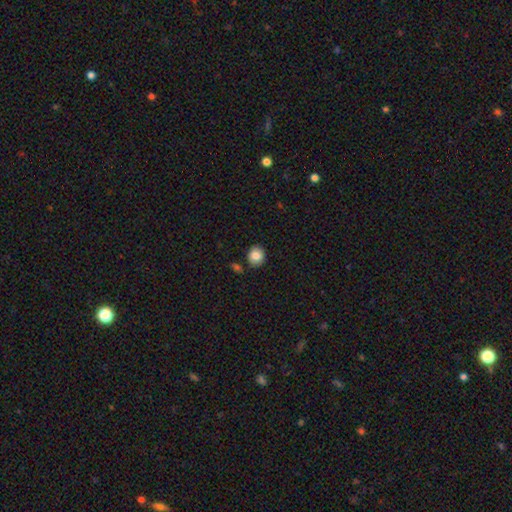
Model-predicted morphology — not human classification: Overall: smooth (83%). How rounded: round (71%). Merging: none (84%).